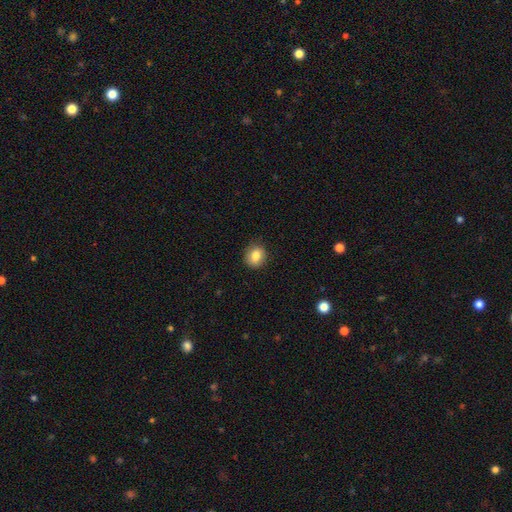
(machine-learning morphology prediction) Q: Smooth or featured?
A: smooth (82%); runner-up: star or artifact (9%)
Q: How rounded?
A: round (76%); runner-up: in between (23%)
Q: Merging?
A: none (87%); runner-up: minor disturbance (10%)